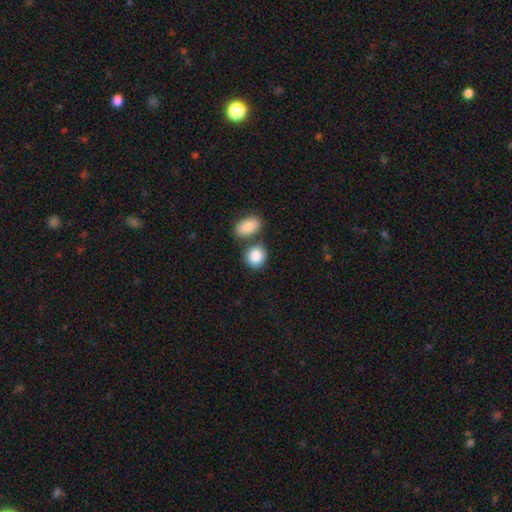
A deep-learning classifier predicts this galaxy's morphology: The model was most divided on "how rounded": round: 60%, in between: 39%, cigar-shaped: 1%. More confident: smooth or featured — smooth (86%); merging — none (61%).